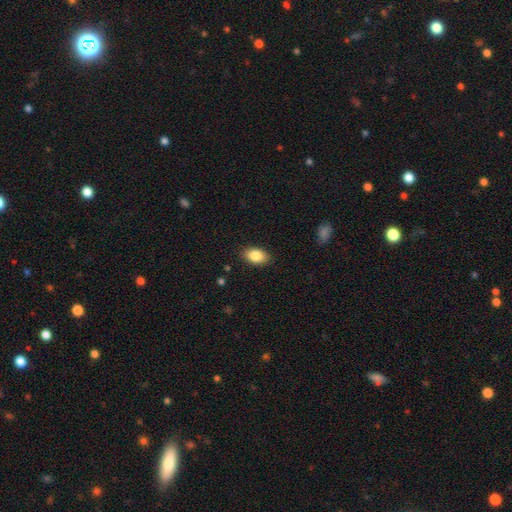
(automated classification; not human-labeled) Smooth or featured: smooth — 85% (featured or disk — 8%)
How rounded: in between — 90% (round — 9%)
Merging: none — 88% (minor disturbance — 9%)